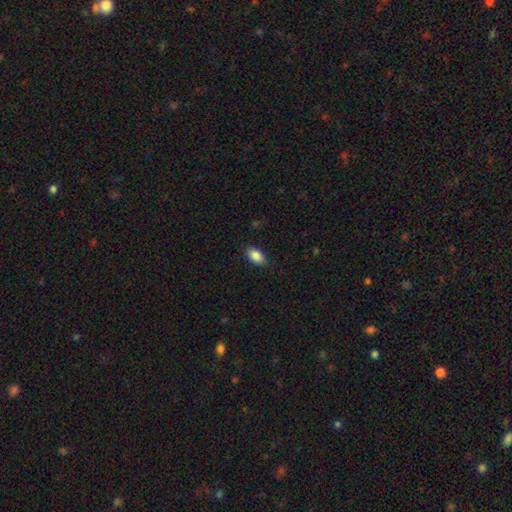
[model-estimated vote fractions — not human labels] Smooth or featured? smooth (88%)
How rounded? in between (92%)
Merging? none (87%)